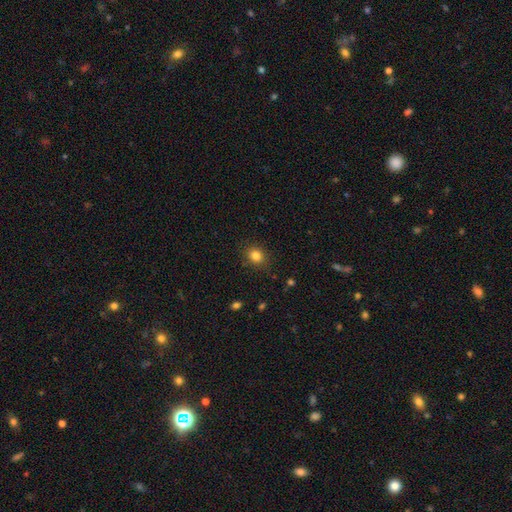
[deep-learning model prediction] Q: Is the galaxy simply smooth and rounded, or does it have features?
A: smooth — 83%.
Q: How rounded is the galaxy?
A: round — 70%.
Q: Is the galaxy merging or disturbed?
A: none — 85%.